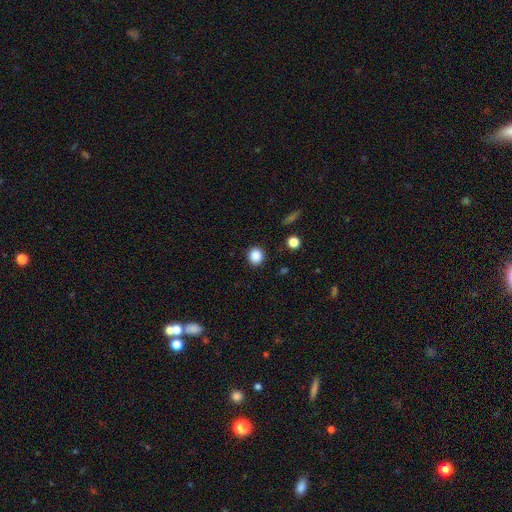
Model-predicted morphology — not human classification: Smooth or featured? smooth (87%)
How rounded? round (84%)
Merging? none (90%)